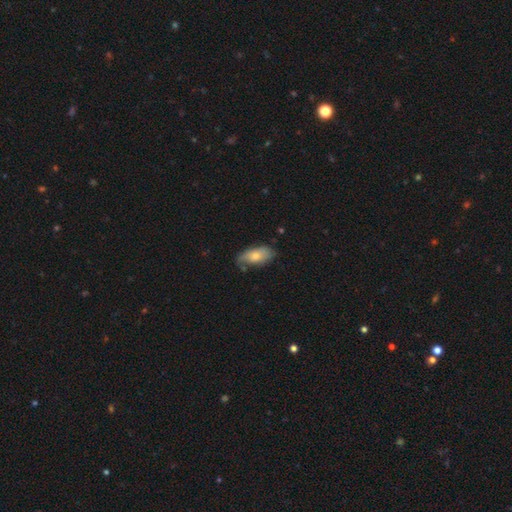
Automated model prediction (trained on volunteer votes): smooth-or-featured: smooth: 66% | featured or disk: 28% | star or artifact: 6%
  how-rounded: in between: 89% | cigar-shaped: 8% | round: 3%
  merging: none: 56% | minor disturbance: 32% | major disturbance: 9% | merger: 4%